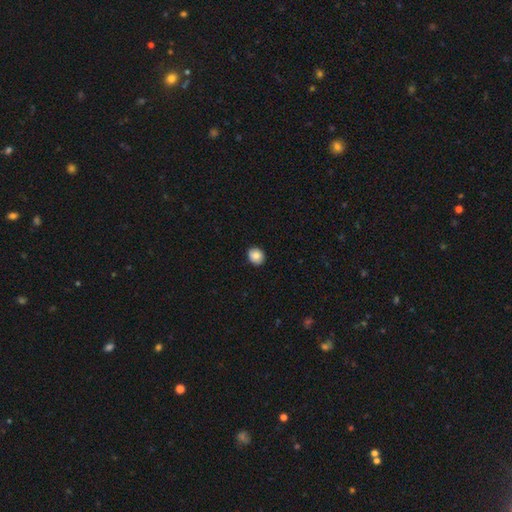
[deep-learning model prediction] Overall: smooth (82%). How rounded: round (78%). Merging: none (90%).